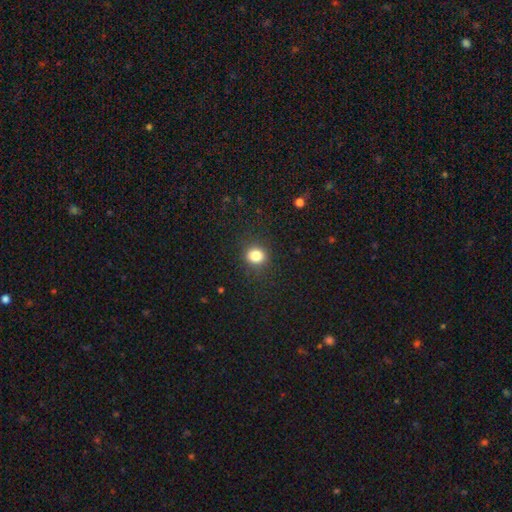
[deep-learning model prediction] Overall: smooth (83%). How rounded: round (74%). Merging: none (87%).